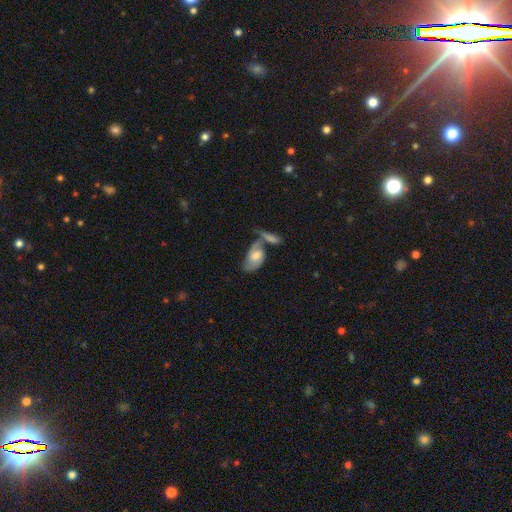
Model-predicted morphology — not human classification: smooth_or_featured: smooth (p=0.49) [alt: featured or disk p=0.45]
merging: merger (p=0.44) [alt: none p=0.27]